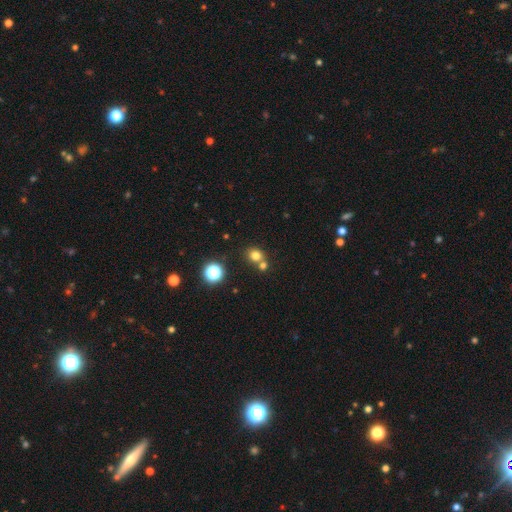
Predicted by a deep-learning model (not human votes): This appears to be a smooth galaxy with no disk features (76%) that is round (74%). Merging: none (56%).